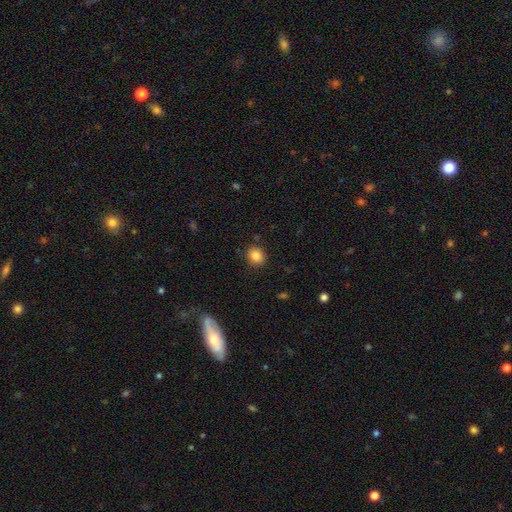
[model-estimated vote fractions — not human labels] The model was most divided on "how rounded": round: 77%, in between: 22%, cigar-shaped: 1%. More confident: merging — none (87%); smooth or featured — smooth (86%).